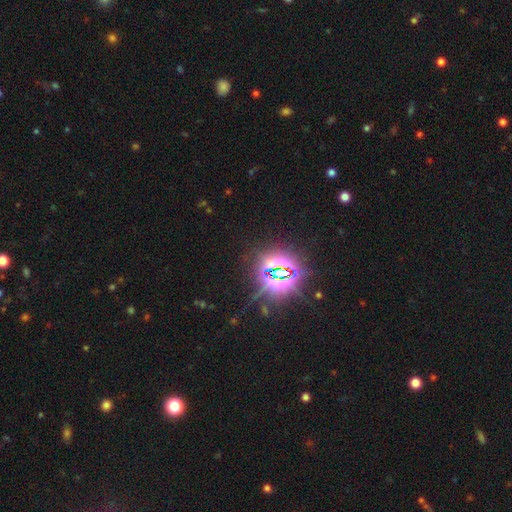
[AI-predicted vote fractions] smooth-or-featured: star or artifact: 86% | smooth: 8% | featured or disk: 6%